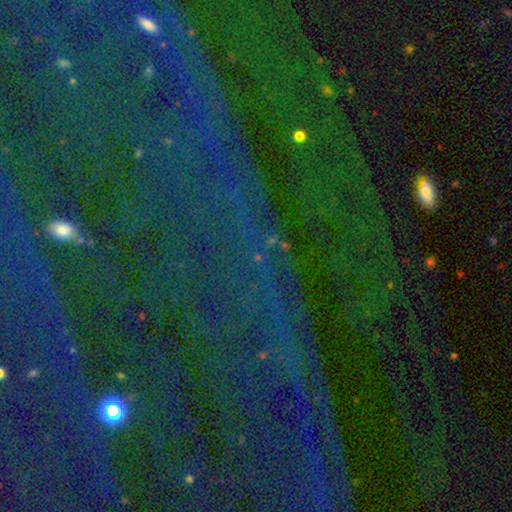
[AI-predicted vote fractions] This is clearly a star or artifact rather than a galaxy (84%).